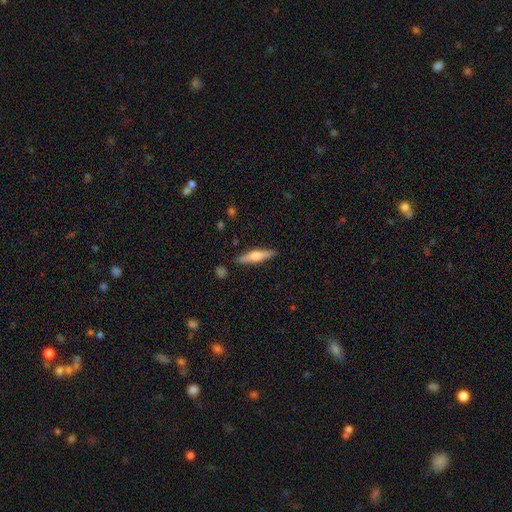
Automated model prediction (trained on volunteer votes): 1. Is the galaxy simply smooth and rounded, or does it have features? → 54% featured or disk, 40% smooth, 6% star or artifact.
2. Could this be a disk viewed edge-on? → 96% yes, 4% no.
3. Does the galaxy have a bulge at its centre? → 91% rounded, 6% boxy, 3% none.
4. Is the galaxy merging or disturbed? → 88% none, 8% minor disturbance, 2% major disturbance, 2% merger.